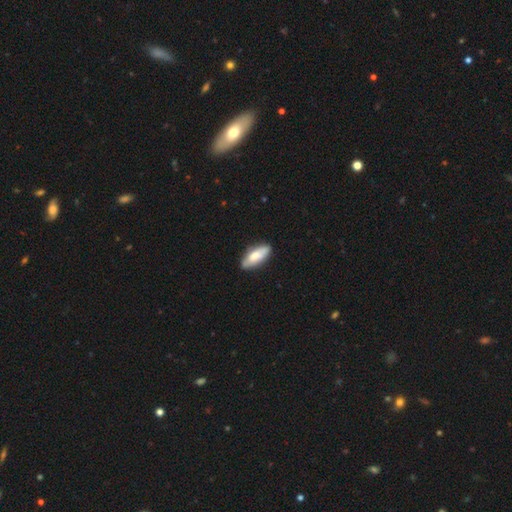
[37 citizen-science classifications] Q: Smooth or featured?
A: smooth (73%); runner-up: featured or disk (24%)
Q: How rounded?
A: in between (81%); runner-up: cigar-shaped (19%)
Q: Merging?
A: none (89%); runner-up: minor disturbance (11%)